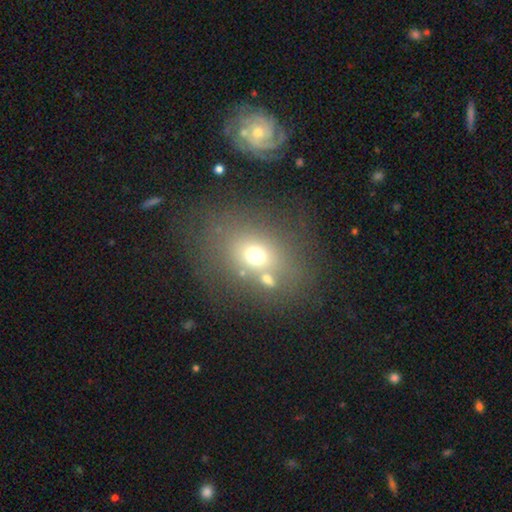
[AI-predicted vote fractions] smooth-or-featured: smooth: 63% | star or artifact: 20% | featured or disk: 17%
  how-rounded: in between: 51% | round: 47% | cigar-shaped: 2%
  merging: none: 62% | merger: 16% | minor disturbance: 13% | major disturbance: 9%